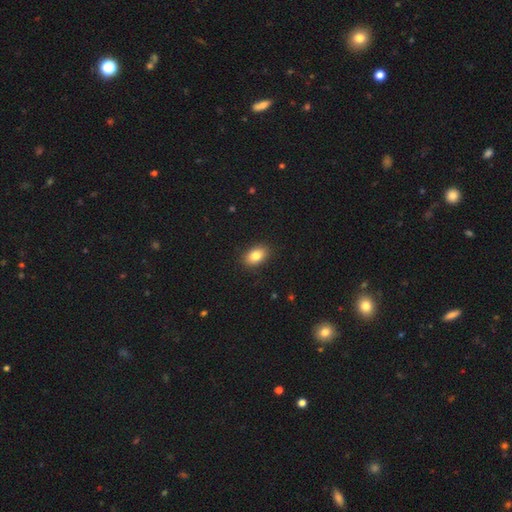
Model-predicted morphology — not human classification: Overall: smooth (84%). How rounded: in between (88%). Merging: none (89%).